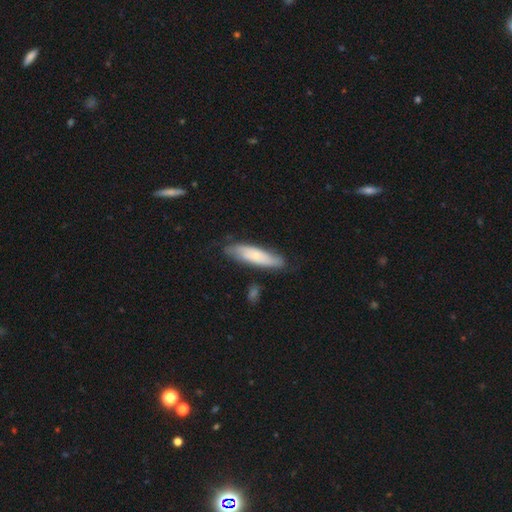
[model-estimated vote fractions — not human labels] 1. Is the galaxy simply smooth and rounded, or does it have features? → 52% smooth, 42% featured or disk, 6% star or artifact.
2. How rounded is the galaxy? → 63% cigar-shaped, 35% in between, 2% round.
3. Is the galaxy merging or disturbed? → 72% none, 21% minor disturbance, 5% major disturbance, 3% merger.